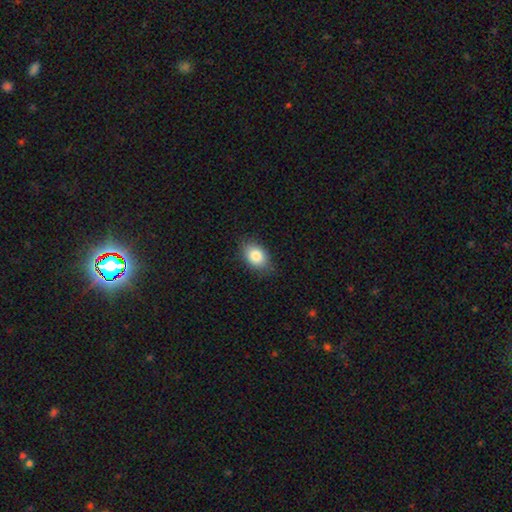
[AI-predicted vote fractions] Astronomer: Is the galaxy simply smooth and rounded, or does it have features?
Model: smooth — 85%.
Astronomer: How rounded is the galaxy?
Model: in between — 80%.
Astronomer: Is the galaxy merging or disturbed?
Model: none — 81%.